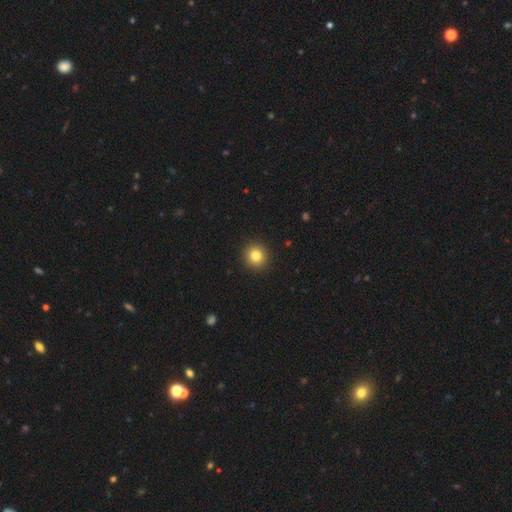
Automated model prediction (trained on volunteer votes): smooth_or_featured: smooth (p=0.82) [alt: star or artifact p=0.11]
how_rounded: round (p=0.91) [alt: in between p=0.08]
merging: none (p=0.92) [alt: minor disturbance p=0.05]